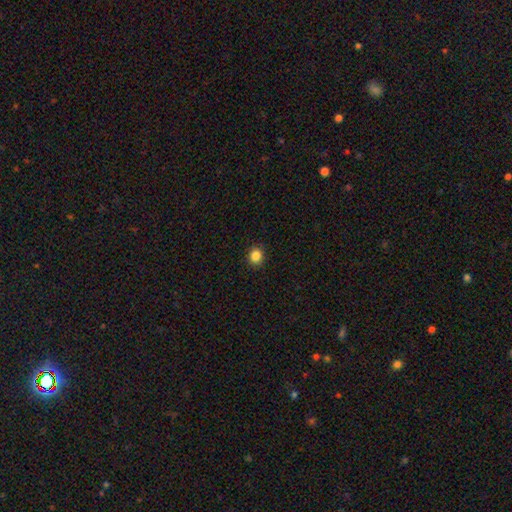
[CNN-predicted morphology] type=smooth (86%); roundness=round (77%); merging=none (91%).